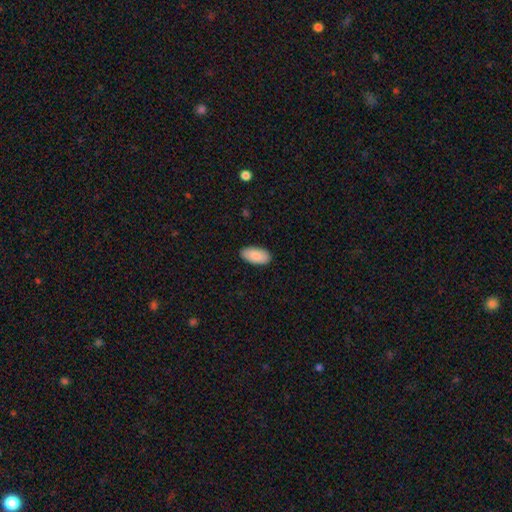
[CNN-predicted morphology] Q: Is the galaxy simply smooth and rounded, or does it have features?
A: smooth — 90%.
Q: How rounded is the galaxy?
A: in between — 95%.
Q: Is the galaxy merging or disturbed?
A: none — 88%.